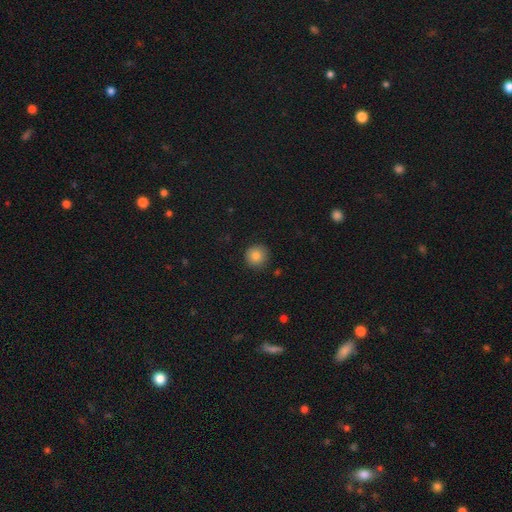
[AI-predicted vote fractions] smooth-or-featured: smooth: 83% | star or artifact: 10% | featured or disk: 7%
  how-rounded: round: 94% | in between: 5% | cigar-shaped: 1%
  merging: none: 88% | minor disturbance: 8% | major disturbance: 2% | merger: 1%